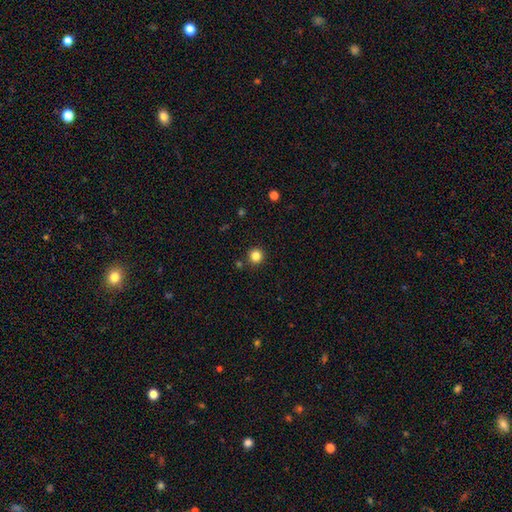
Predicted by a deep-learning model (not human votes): Smooth or featured: smooth — 83% (star or artifact — 13%)
How rounded: round — 94% (in between — 5%)
Merging: none — 89% (minor disturbance — 6%)